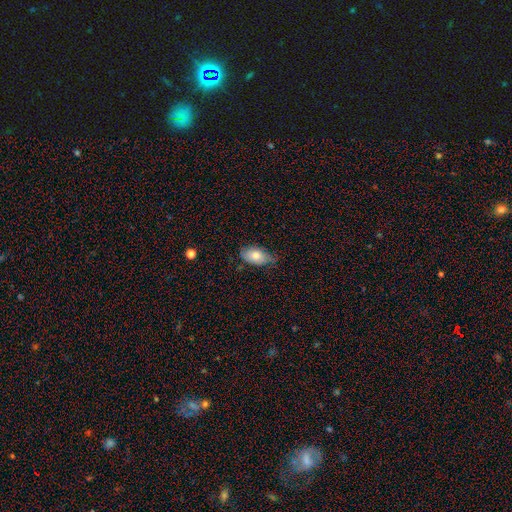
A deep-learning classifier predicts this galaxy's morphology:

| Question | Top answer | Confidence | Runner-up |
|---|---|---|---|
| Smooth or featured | smooth | 74% | featured or disk (19%) |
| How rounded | in between | 92% | round (5%) |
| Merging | none | 63% | minor disturbance (31%) |